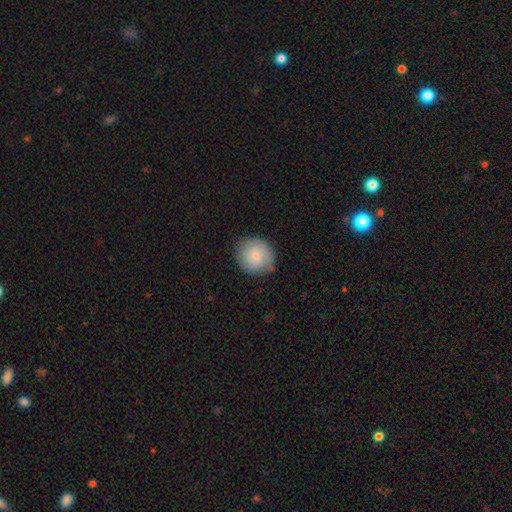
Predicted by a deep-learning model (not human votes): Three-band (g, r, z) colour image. It shows a smooth galaxy with no disk features (67%) that is round (88%). Merging: none (78%).